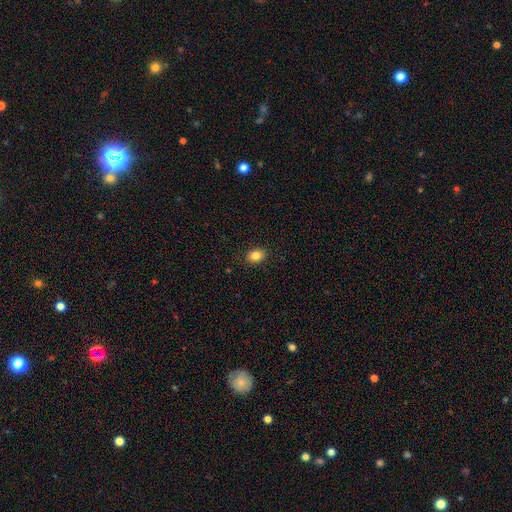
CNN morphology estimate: Smooth or featured? Predicted: smooth (p=0.84). How rounded? Predicted: in between (p=0.58). Merging? Predicted: none (p=0.89).